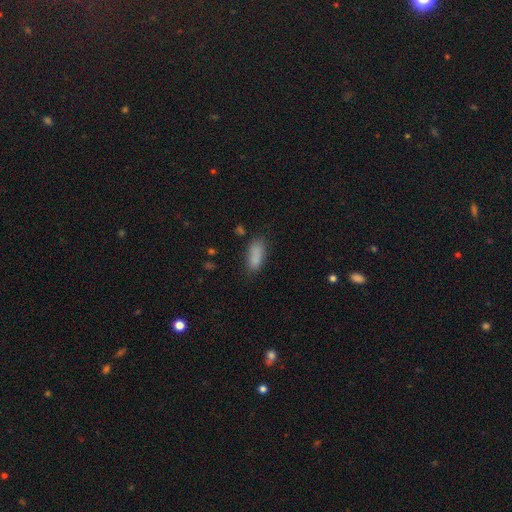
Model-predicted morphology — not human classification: Smooth or featured: smooth — 85% (star or artifact — 9%)
How rounded: in between — 80% (cigar-shaped — 18%)
Merging: none — 70% (minor disturbance — 20%)